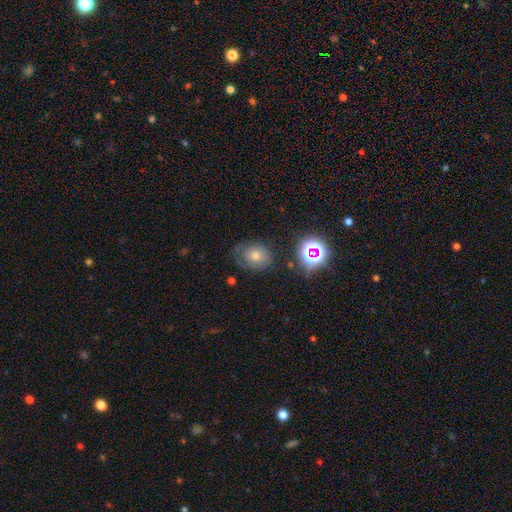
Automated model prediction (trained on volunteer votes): Smooth or featured?
  - smooth: 54% *
  - featured or disk: 26%
  - star or artifact: 20%
How rounded?
  - round: 53% *
  - in between: 46%
  - cigar-shaped: 1%
Merging?
  - none: 63% *
  - minor disturbance: 24%
  - major disturbance: 11%
  - merger: 3%